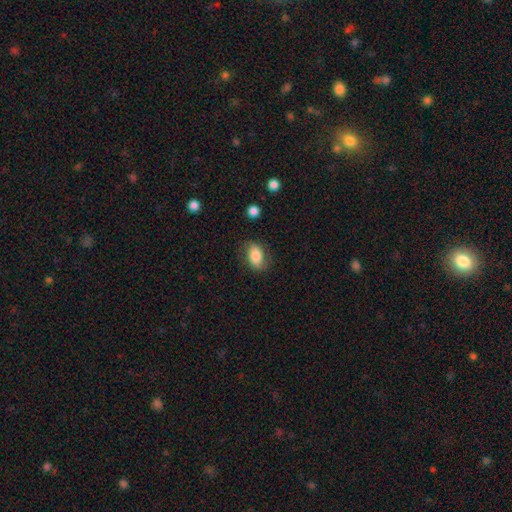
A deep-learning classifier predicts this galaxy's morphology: The model was most divided on "merging": none: 75%, minor disturbance: 17%, major disturbance: 6%, merger: 2%. More confident: how rounded — in between (87%); smooth or featured — smooth (78%).